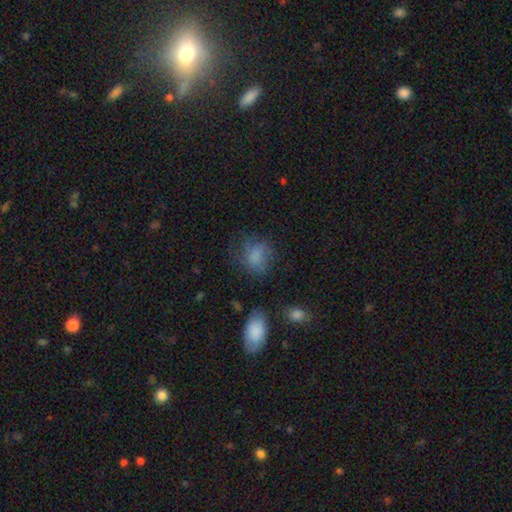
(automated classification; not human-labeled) Q: Smooth or featured?
A: smooth (74%); runner-up: featured or disk (15%)
Q: How rounded?
A: round (60%); runner-up: in between (39%)
Q: Merging?
A: none (55%); runner-up: minor disturbance (24%)